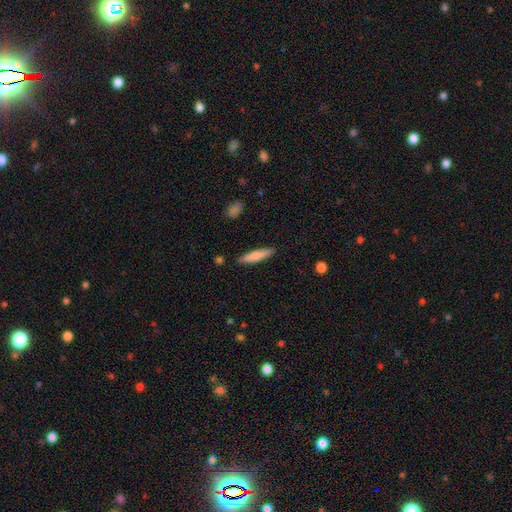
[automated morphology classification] The model was most divided on "smooth or featured": smooth: 78%, featured or disk: 16%, star or artifact: 6%. More confident: merging — none (88%); how rounded — cigar-shaped (82%).